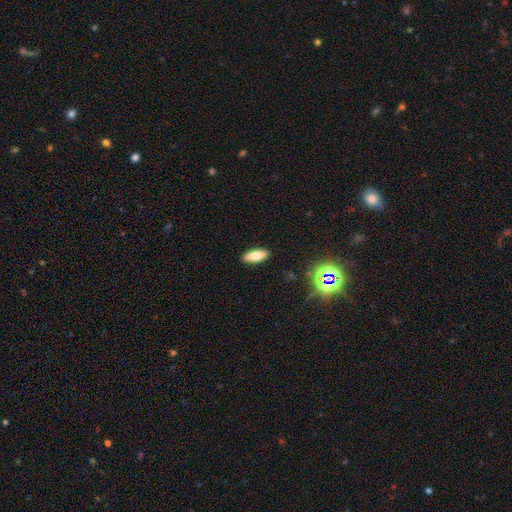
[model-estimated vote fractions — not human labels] A smooth galaxy with no disk features (74%) that is in between round and cigar-shaped (74%). Merging: none (89%).